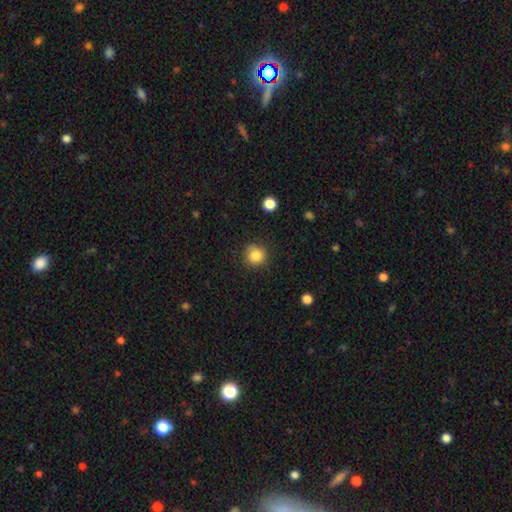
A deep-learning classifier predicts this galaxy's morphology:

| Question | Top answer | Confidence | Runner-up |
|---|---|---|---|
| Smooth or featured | smooth | 83% | star or artifact (11%) |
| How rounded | round | 91% | in between (8%) |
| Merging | none | 80% | minor disturbance (15%) |